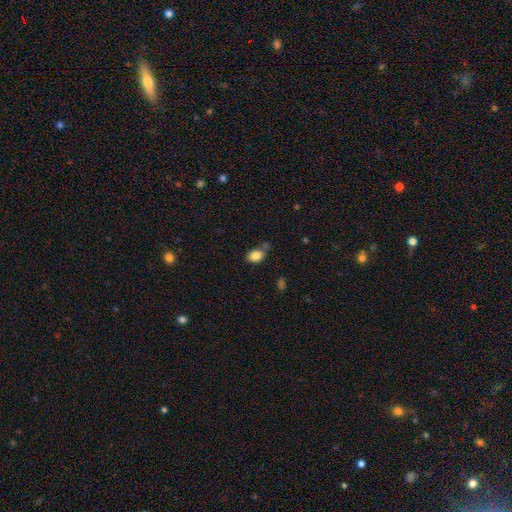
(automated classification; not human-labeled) A smooth galaxy with no disk features (84%) that is in between round and cigar-shaped (78%). Merging: none (60%).